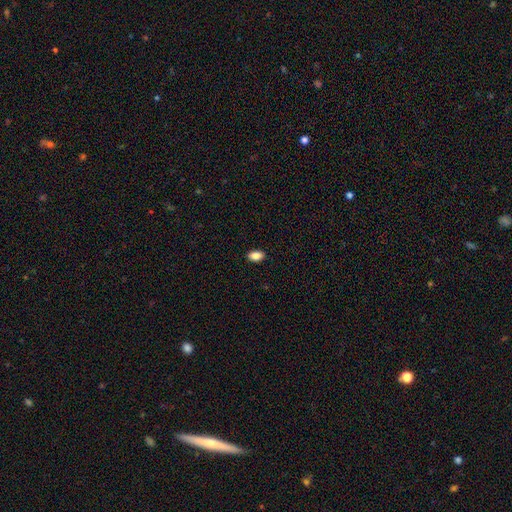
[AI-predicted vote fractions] Overall: smooth (87%). How rounded: in between (90%). Merging: none (90%).